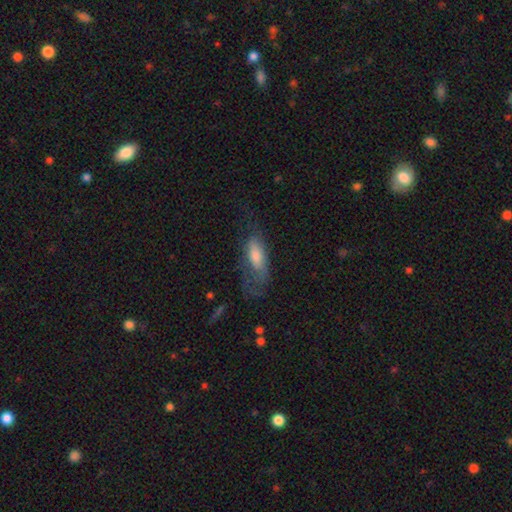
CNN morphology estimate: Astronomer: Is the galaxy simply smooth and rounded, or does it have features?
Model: smooth — 63%.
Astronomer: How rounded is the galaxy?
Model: in between — 69%.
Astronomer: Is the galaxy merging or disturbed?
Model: major disturbance — 37% (runner-up: none, 36%).